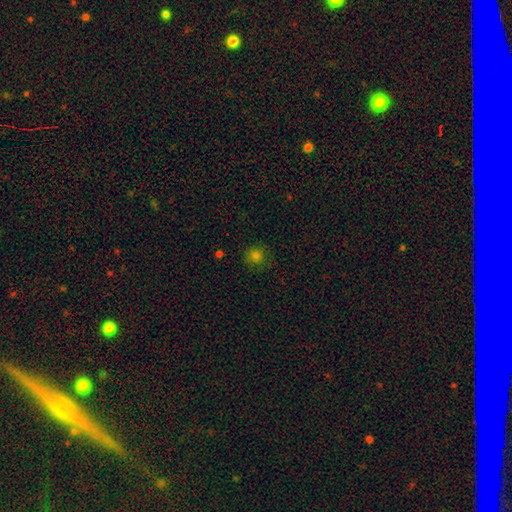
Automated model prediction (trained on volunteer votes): smooth-or-featured: smooth: 79% | star or artifact: 16% | featured or disk: 5%
  how-rounded: round: 90% | in between: 9% | cigar-shaped: 1%
  merging: none: 85% | minor disturbance: 11% | major disturbance: 3% | merger: 1%